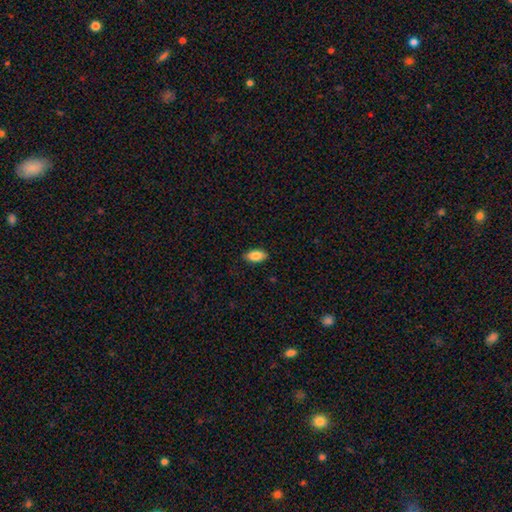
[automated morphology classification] smooth_or_featured: smooth (p=0.86) [alt: featured or disk p=0.07]
how_rounded: in between (p=0.93) [alt: cigar-shaped p=0.04]
merging: none (p=0.88) [alt: minor disturbance p=0.10]